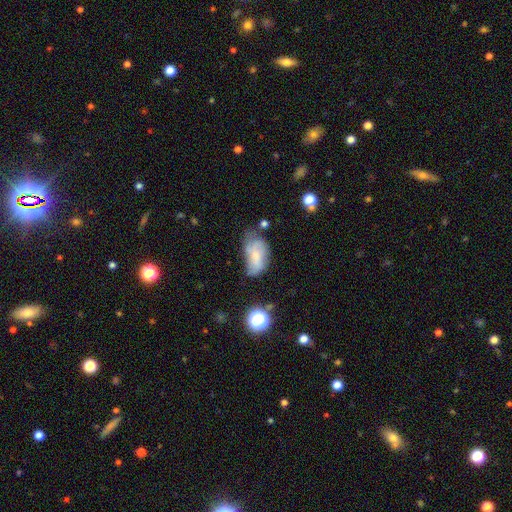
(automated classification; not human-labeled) smooth-or-featured: smooth: 53% | featured or disk: 37% | star or artifact: 10%
  how-rounded: in between: 91% | round: 6% | cigar-shaped: 3%
  merging: minor disturbance: 38% | none: 34% | major disturbance: 23% | merger: 6%